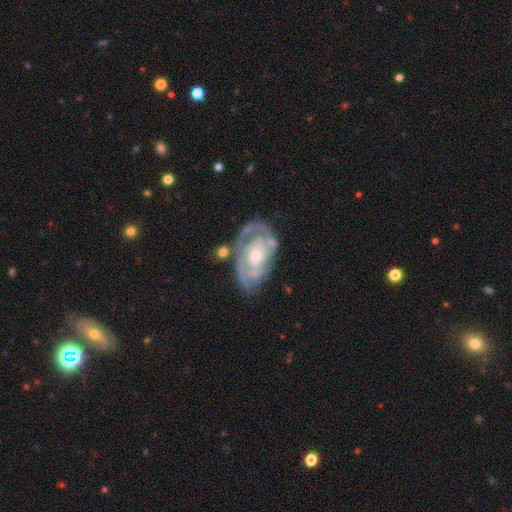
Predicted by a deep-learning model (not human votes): Q: Smooth or featured?
A: featured or disk (83%); runner-up: smooth (11%)
Q: Edge-on disk?
A: no (96%); runner-up: yes (4%)
Q: Bar?
A: no (74%); runner-up: weak (21%)
Q: Spiral arms?
A: yes (87%); runner-up: no (13%)
Q: Spiral winding?
A: tight (67%); runner-up: medium (26%)
Q: Spiral arm count?
A: can't tell (37%); runner-up: 2 (36%)
Q: Bulge size?
A: moderate (48%); runner-up: small (43%)
Q: Merging?
A: none (60%); runner-up: minor disturbance (23%)